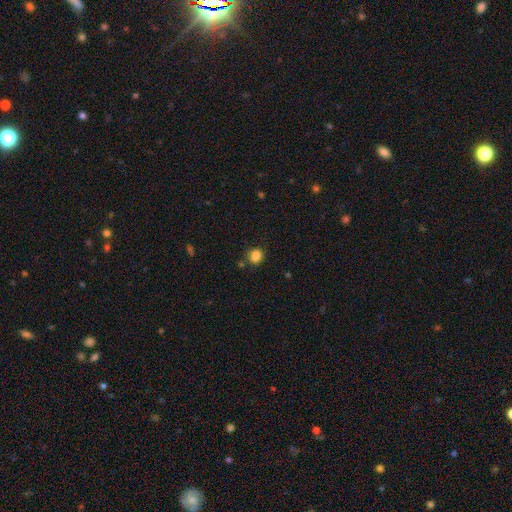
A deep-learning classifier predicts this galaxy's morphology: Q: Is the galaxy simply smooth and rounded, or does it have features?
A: smooth — 84%.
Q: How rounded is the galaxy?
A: round — 73%.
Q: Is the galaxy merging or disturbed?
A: none — 77%.